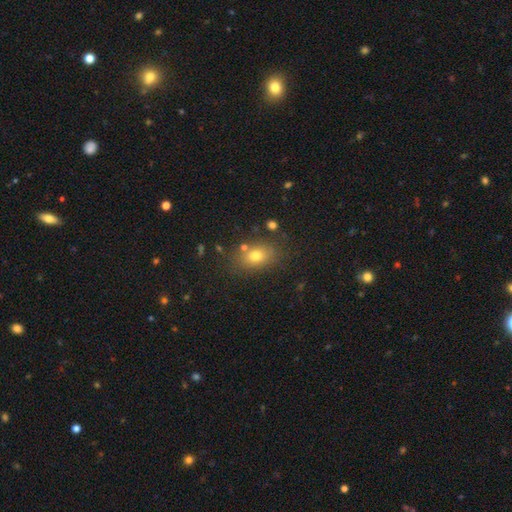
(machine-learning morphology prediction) The model was most divided on "how rounded": in between: 74%, round: 24%, cigar-shaped: 2%. More confident: merging — none (77%); smooth or featured — smooth (75%).